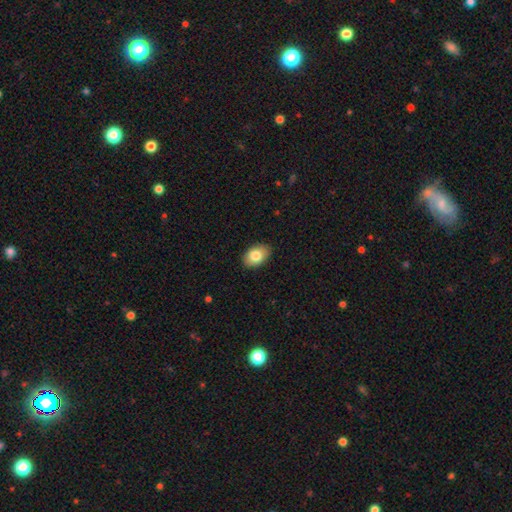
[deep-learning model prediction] A smooth galaxy with no disk features (83%) that is in between round and cigar-shaped (87%).

Vote fractions:
- Smooth or featured? smooth: 83% / featured or disk: 10% / star or artifact: 7%
- How rounded? in between: 87% / round: 12% / cigar-shaped: 1%
- Merging? none: 88% / minor disturbance: 9% / major disturbance: 2% / merger: 1%